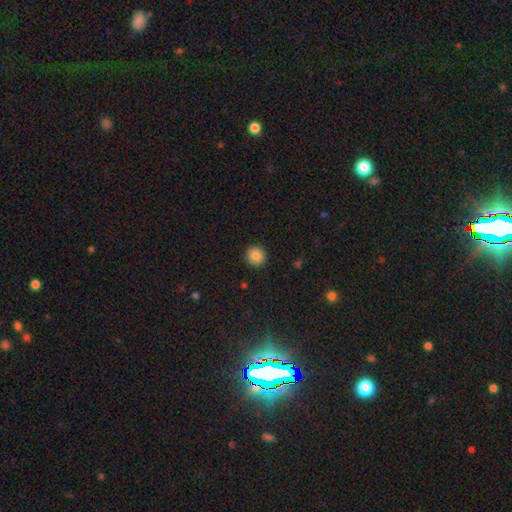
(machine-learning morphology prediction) smooth 86%, star or artifact 10%, featured or disk 4%. Down the decision tree: how rounded — round (95%); merging — none (93%).